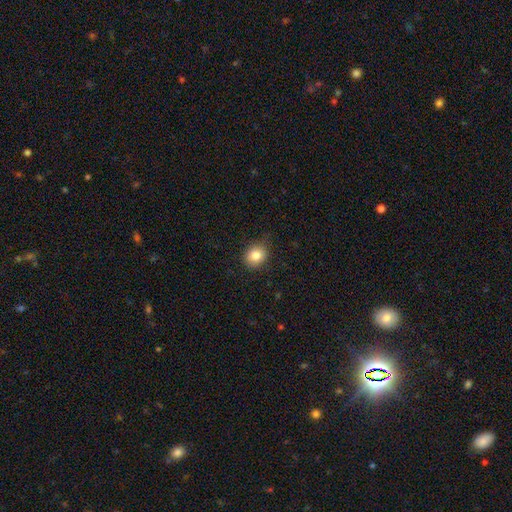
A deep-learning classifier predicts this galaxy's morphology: This is clearly a smooth galaxy (83%). How rounded: likely round (61%). Merging: clearly none (84%).